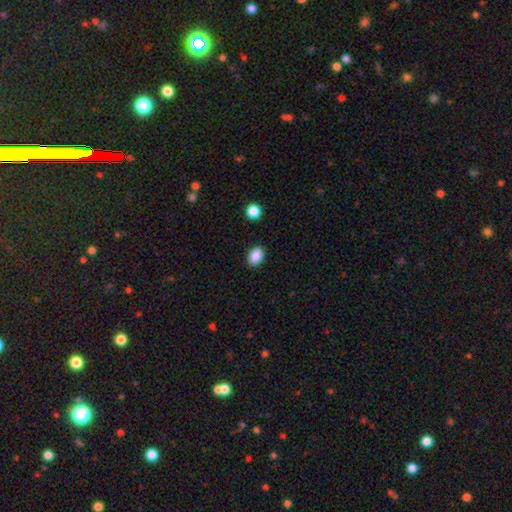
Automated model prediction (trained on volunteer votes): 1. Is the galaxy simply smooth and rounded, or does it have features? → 88% smooth, 8% star or artifact, 3% featured or disk.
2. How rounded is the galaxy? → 82% in between, 17% round, 1% cigar-shaped.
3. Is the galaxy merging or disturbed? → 87% none, 9% minor disturbance, 2% major disturbance, 1% merger.